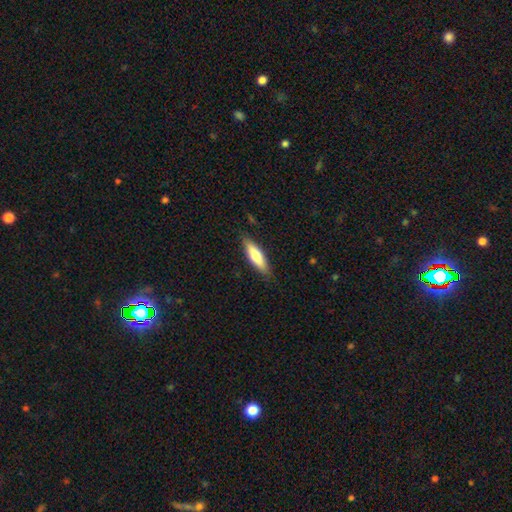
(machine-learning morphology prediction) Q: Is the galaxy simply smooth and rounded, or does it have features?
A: smooth — 70%.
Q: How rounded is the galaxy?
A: cigar-shaped — 62%.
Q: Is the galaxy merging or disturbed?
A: none — 85%.